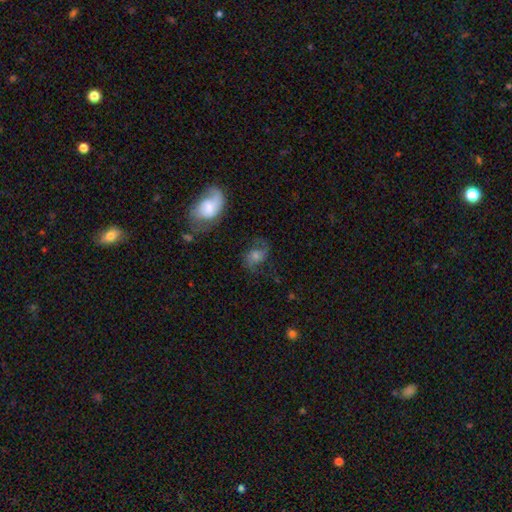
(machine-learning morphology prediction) Q: Smooth or featured?
A: featured or disk (63%); runner-up: smooth (24%)
Q: Edge-on disk?
A: no (96%); runner-up: yes (4%)
Q: Bar?
A: no (55%); runner-up: weak (37%)
Q: Spiral arms?
A: yes (92%); runner-up: no (8%)
Q: Spiral winding?
A: loose (45%); runner-up: medium (43%)
Q: Spiral arm count?
A: 2 (88%); runner-up: can't tell (5%)
Q: Bulge size?
A: moderate (44%); runner-up: small (28%)
Q: Merging?
A: none (67%); runner-up: minor disturbance (18%)